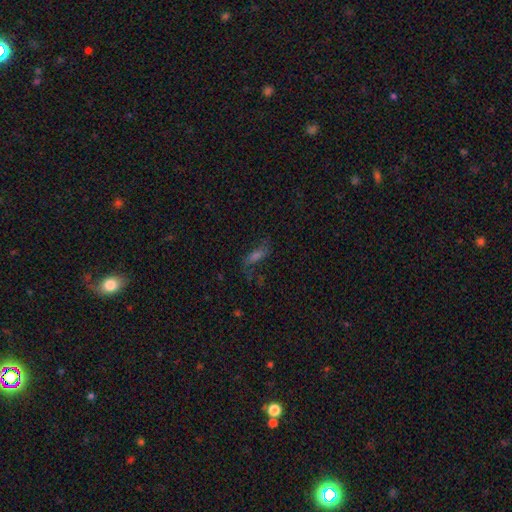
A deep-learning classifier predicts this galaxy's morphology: smooth-or-featured: featured or disk: 39% | smooth: 35% | star or artifact: 26%
  merging: none: 63% | minor disturbance: 18% | major disturbance: 16% | merger: 3%